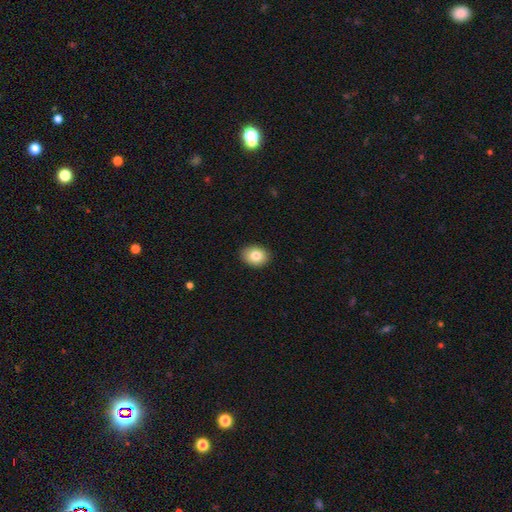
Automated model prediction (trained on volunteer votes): A smooth galaxy with no disk features (83%) that is in between round and cigar-shaped (64%). Merging: none (90%).